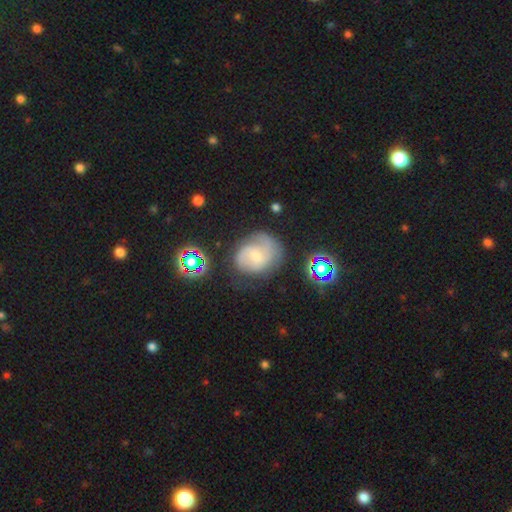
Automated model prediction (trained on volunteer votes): Morphology: type=featured or disk (64%); edge-on=no (98%); bar=no (56%); spiral arms=yes (90%); winding=medium (44%); arm count=2 (60%); bulge=small (62%); merging=none (60%).